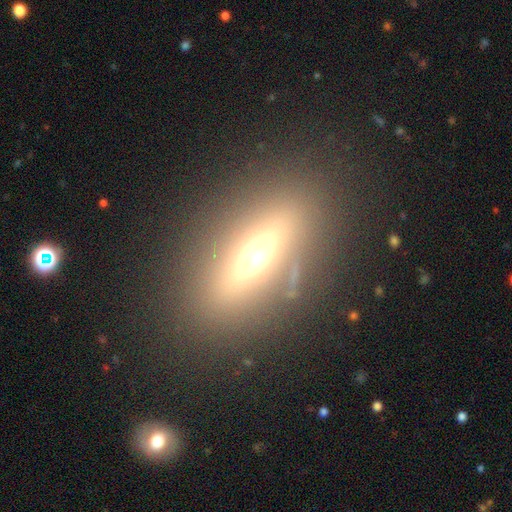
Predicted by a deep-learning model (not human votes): smooth_or_featured: featured or disk (p=0.55) [alt: smooth p=0.33]
disk_edge_on: yes (p=0.78) [alt: no p=0.22]
merging: none (p=0.83) [alt: minor disturbance p=0.10]